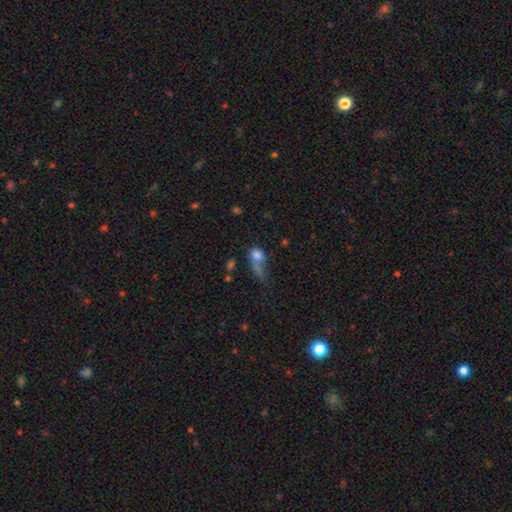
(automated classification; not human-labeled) The model was most divided on "merging": major disturbance: 29%, merger: 28%, none: 27%, minor disturbance: 15%. More confident: smooth or featured — smooth (68%); how rounded — round (53%).